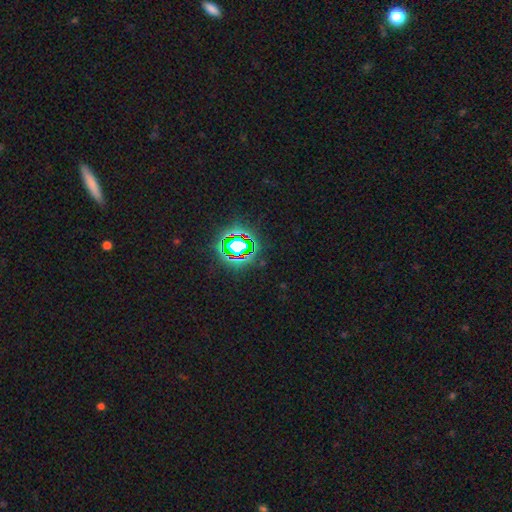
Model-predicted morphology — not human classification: smooth_or_featured: star or artifact (p=0.79) [alt: smooth p=0.12]